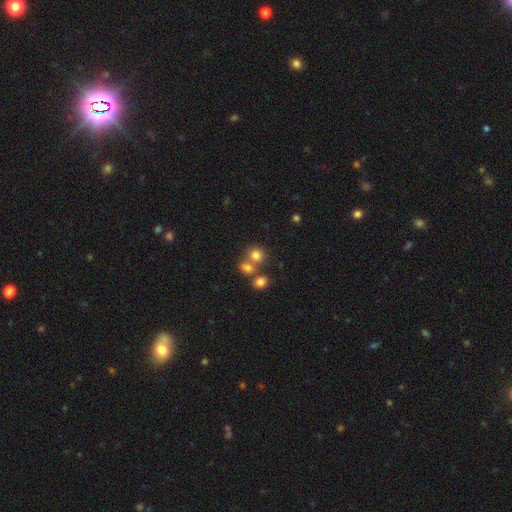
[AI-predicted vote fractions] smooth-or-featured: smooth: 77% | star or artifact: 14% | featured or disk: 9%
  how-rounded: round: 78% | in between: 21% | cigar-shaped: 1%
  merging: none: 51% | merger: 35% | minor disturbance: 9% | major disturbance: 4%